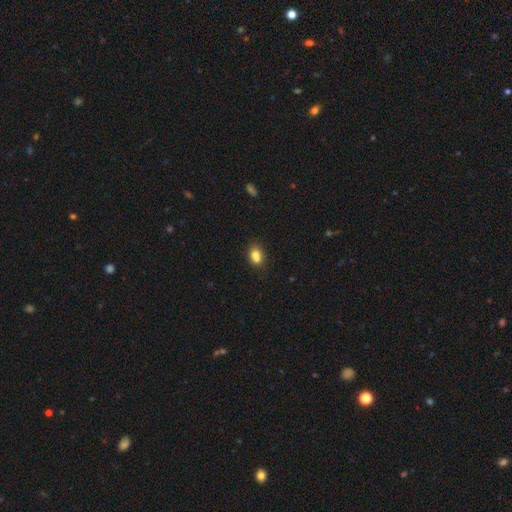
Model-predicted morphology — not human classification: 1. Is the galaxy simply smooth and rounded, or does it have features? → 77% smooth, 12% featured or disk, 11% star or artifact.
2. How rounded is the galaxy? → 60% in between, 38% round, 1% cigar-shaped.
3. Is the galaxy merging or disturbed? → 52% none, 28% merger, 15% minor disturbance, 4% major disturbance.